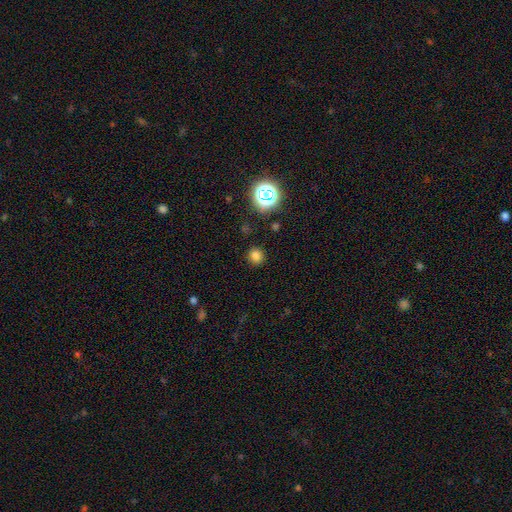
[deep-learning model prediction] Morphology: type=smooth (76%); roundness=round (87%); merging=none (89%).